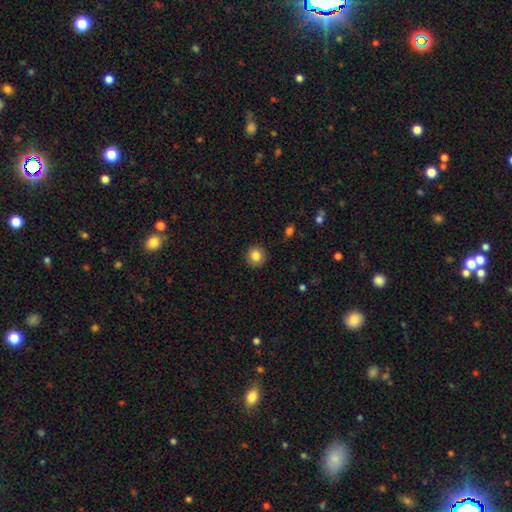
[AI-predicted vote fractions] A smooth galaxy with no disk features (83%) that is round (91%).

Vote fractions:
- Smooth or featured? smooth: 83% / star or artifact: 10% / featured or disk: 7%
- How rounded? round: 91% / in between: 8% / cigar-shaped: 1%
- Merging? none: 91% / minor disturbance: 6% / major disturbance: 2% / merger: 1%